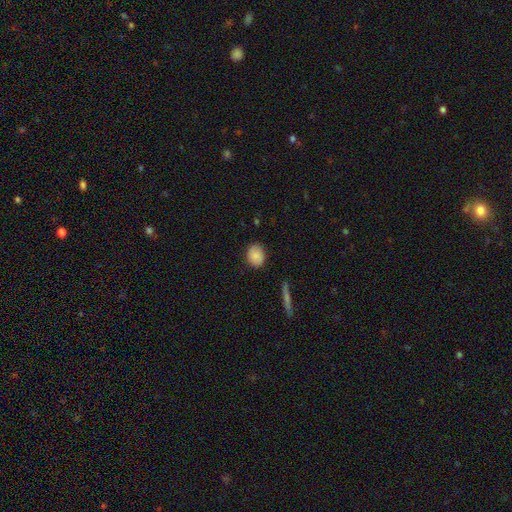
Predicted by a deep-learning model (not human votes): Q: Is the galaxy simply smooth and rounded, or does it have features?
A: smooth — 84%.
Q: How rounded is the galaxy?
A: in between — 54%.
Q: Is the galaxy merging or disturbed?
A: none — 83%.